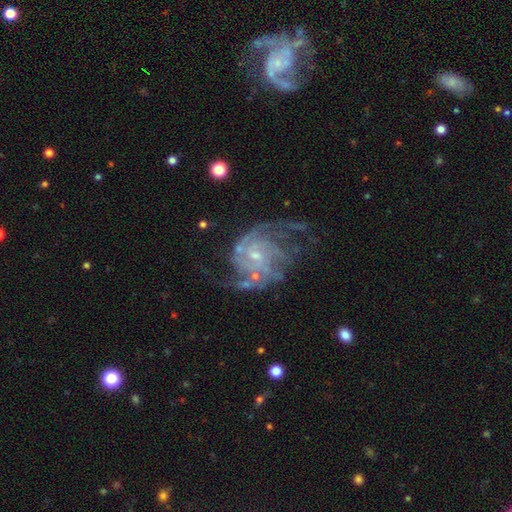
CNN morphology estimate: smooth_or_featured: featured or disk (p=0.89) [alt: star or artifact p=0.06]
disk_edge_on: no (p=0.98) [alt: yes p=0.02]
bar: no (p=0.58) [alt: weak p=0.34]
has_spiral_arms: yes (p=0.96) [alt: no p=0.04]
spiral_winding: medium (p=0.44) [alt: tight p=0.41]
spiral_arm_count: 2 (p=0.37) [alt: can't tell p=0.21]
bulge_size: small (p=0.71) [alt: moderate p=0.22]
merging: none (p=0.57) [alt: major disturbance p=0.20]